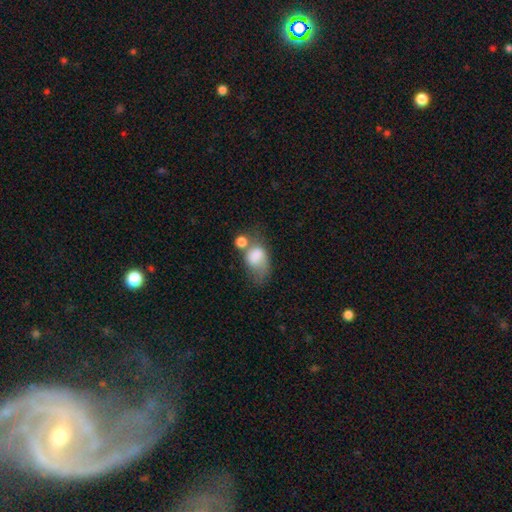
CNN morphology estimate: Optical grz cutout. It shows a smooth galaxy with no disk features (73%) that is in between round and cigar-shaped (78%). Merging: merger (33%).